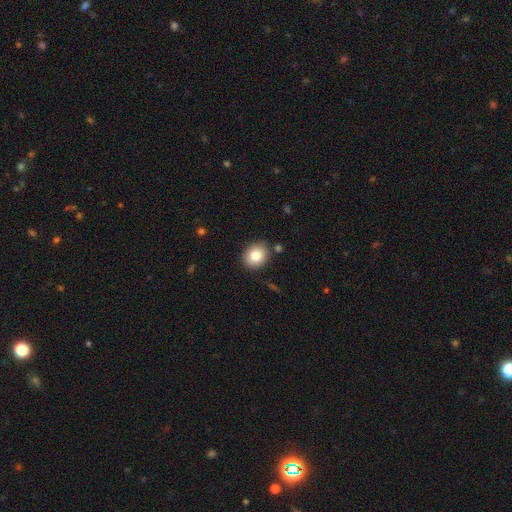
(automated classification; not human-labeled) smooth 84%, star or artifact 9%, featured or disk 8%. Down the decision tree: how rounded — round (60%); merging — none (85%).